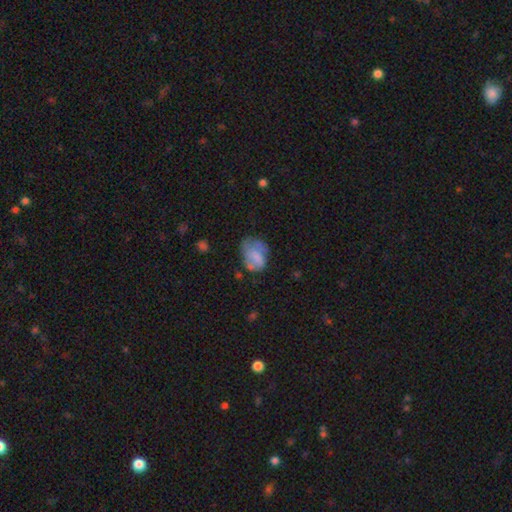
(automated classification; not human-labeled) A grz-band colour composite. It shows a smooth galaxy with no disk features (62%) that is in between round and cigar-shaped (70%). Merging: none (41%).